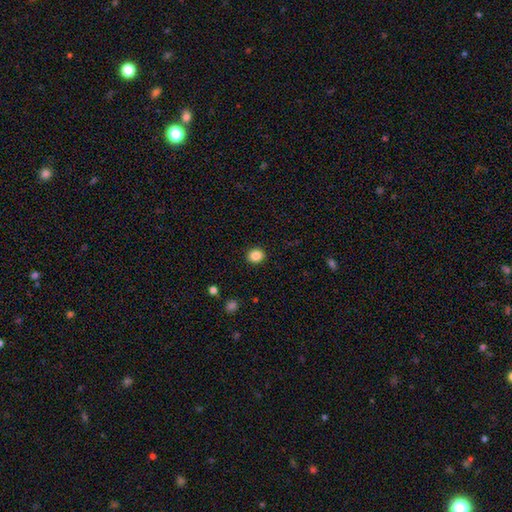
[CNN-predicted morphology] This is clearly a smooth galaxy (86%). How rounded: likely round (77%). Merging: clearly none (91%).